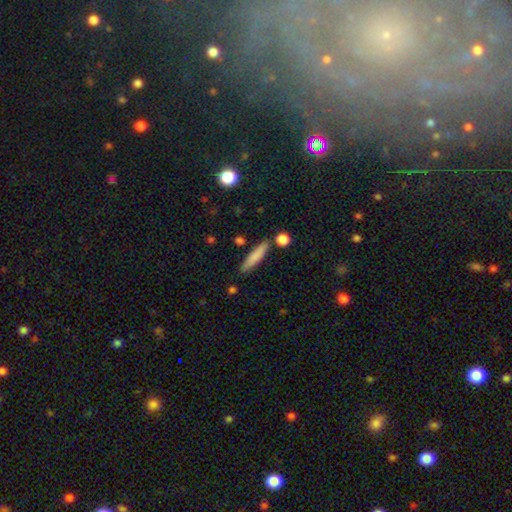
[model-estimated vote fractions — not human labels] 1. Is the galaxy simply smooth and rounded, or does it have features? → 79% smooth, 15% featured or disk, 6% star or artifact.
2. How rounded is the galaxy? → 88% cigar-shaped, 11% in between, 2% round.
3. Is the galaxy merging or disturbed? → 81% none, 11% minor disturbance, 6% merger, 2% major disturbance.